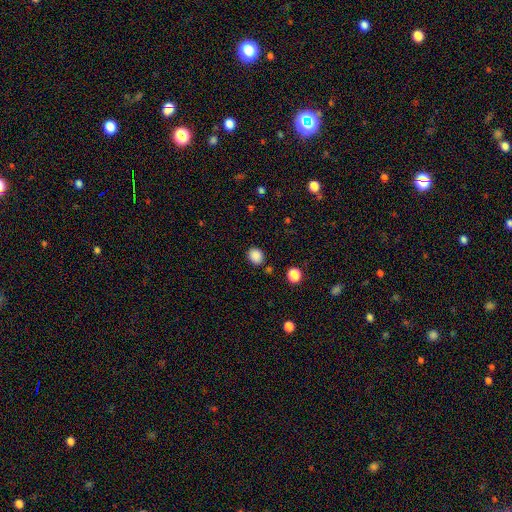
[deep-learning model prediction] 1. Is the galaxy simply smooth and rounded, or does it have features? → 86% smooth, 11% star or artifact, 3% featured or disk.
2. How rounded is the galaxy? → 65% round, 34% in between, 1% cigar-shaped.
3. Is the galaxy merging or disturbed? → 85% none, 9% minor disturbance, 3% merger, 3% major disturbance.